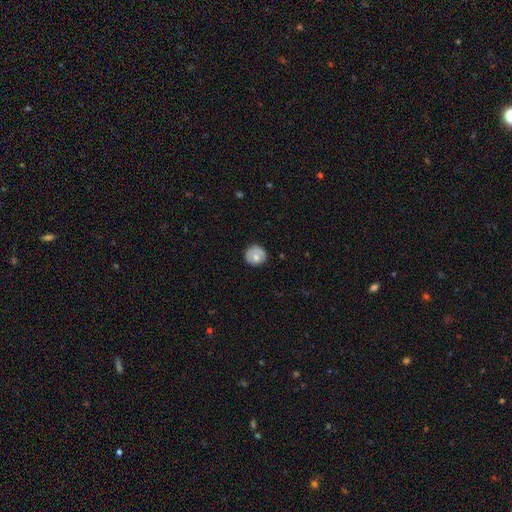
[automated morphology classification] Smooth or featured? smooth (61%)
How rounded? round (88%)
Merging? none (75%)